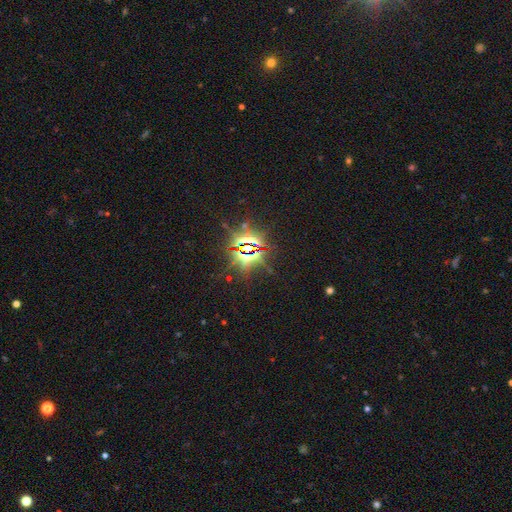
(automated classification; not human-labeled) star or artifact 86%, smooth 7%, featured or disk 7%.